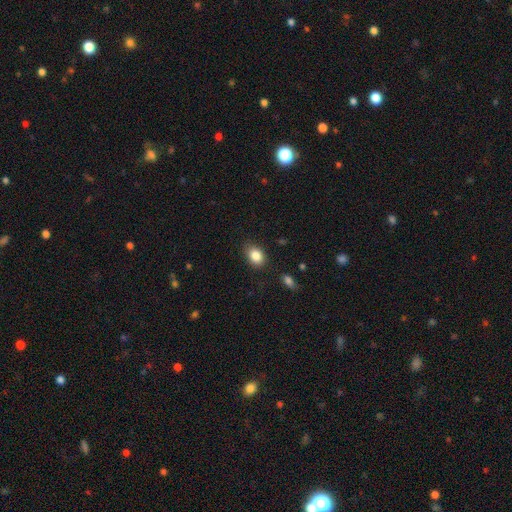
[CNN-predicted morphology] Q: Smooth or featured?
A: smooth (86%); runner-up: star or artifact (8%)
Q: How rounded?
A: in between (73%); runner-up: round (26%)
Q: Merging?
A: none (84%); runner-up: minor disturbance (12%)